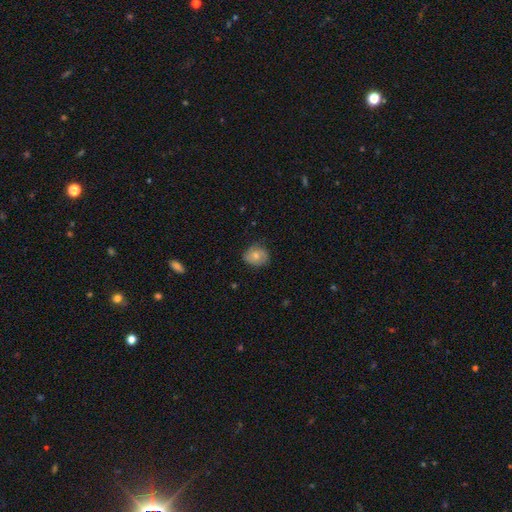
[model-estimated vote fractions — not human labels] Smooth or featured?
  - smooth: 75% *
  - featured or disk: 17%
  - star or artifact: 8%
How rounded?
  - round: 70% *
  - in between: 29%
  - cigar-shaped: 1%
Merging?
  - none: 75% *
  - minor disturbance: 20%
  - major disturbance: 4%
  - merger: 1%